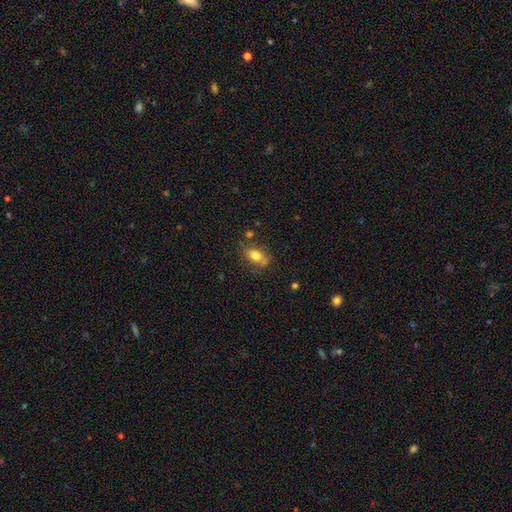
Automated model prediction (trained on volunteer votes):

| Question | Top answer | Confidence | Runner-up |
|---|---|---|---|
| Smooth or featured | smooth | 77% | featured or disk (13%) |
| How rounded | in between | 75% | round (22%) |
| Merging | none | 65% | minor disturbance (21%) |